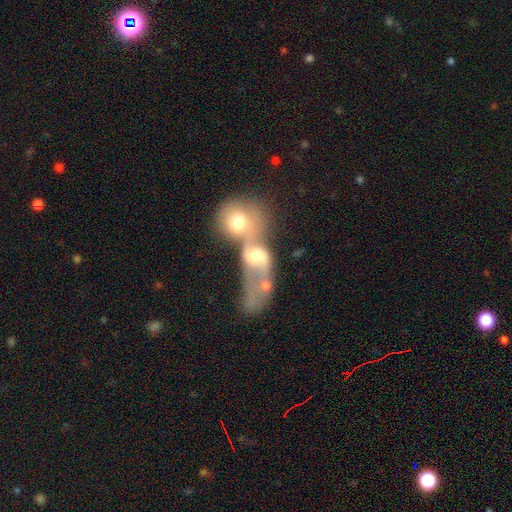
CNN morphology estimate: smooth 47%, featured or disk 43%, star or artifact 10%. Down the decision tree: merging — merger (75%).